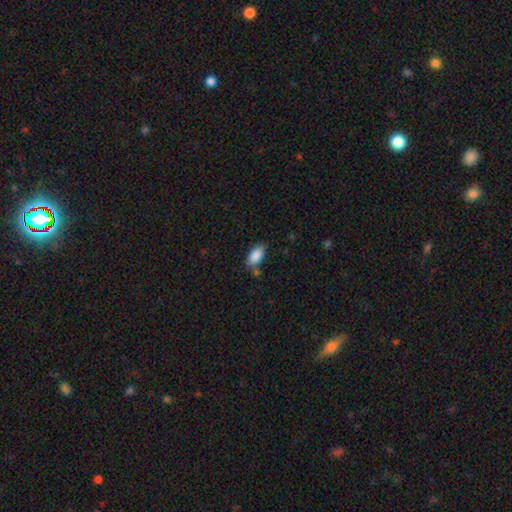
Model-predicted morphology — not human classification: A smooth galaxy with no disk features (87%) that is in between round and cigar-shaped (91%). Merging: none (73%).